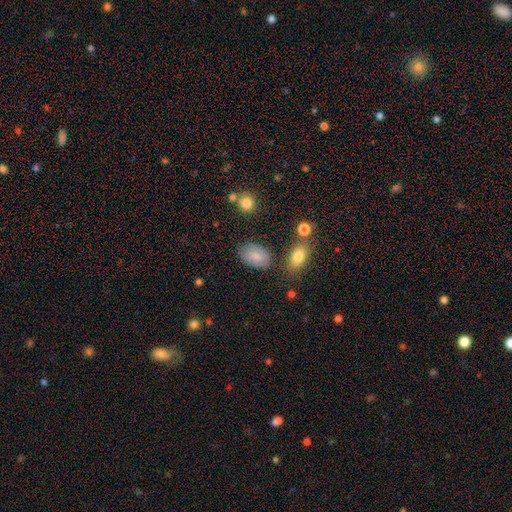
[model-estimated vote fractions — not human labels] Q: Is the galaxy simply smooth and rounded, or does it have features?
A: smooth — 77%.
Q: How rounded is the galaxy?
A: in between — 89%.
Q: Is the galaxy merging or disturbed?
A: none — 73%.